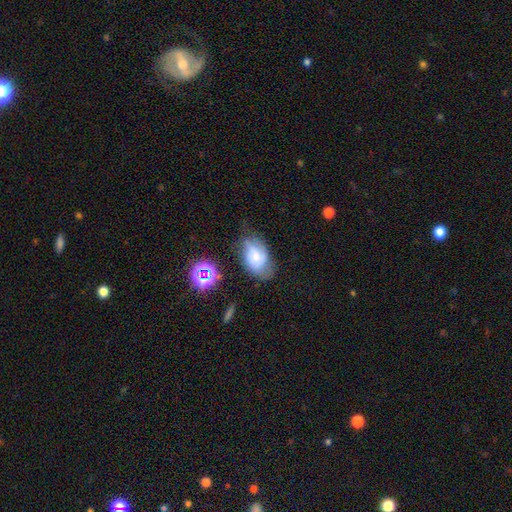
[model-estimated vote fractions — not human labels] Q: Smooth or featured?
A: smooth (54%); runner-up: featured or disk (33%)
Q: How rounded?
A: in between (89%); runner-up: round (9%)
Q: Merging?
A: none (51%); runner-up: minor disturbance (32%)